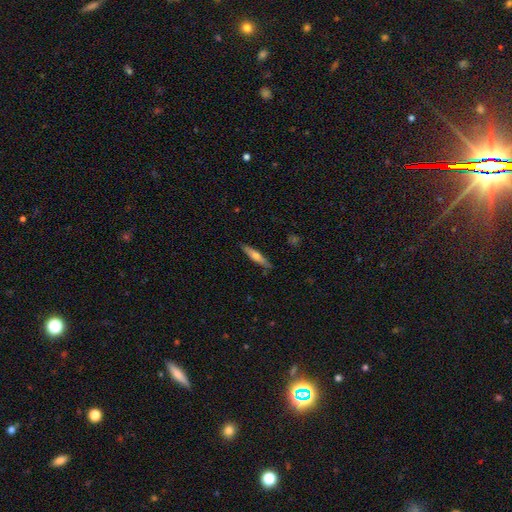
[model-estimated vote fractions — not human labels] This appears to be a smooth galaxy with no disk features (51%) that is cigar-shaped (87%). Merging: none (87%).